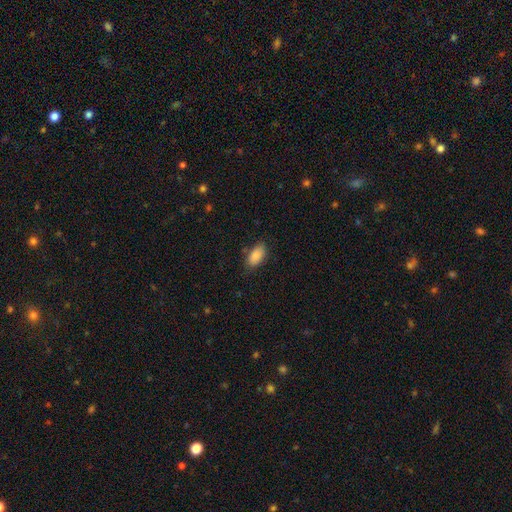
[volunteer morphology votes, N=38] This is clearly a smooth galaxy (87%). How rounded: clearly in between (88%). Merging: likely none (72%).